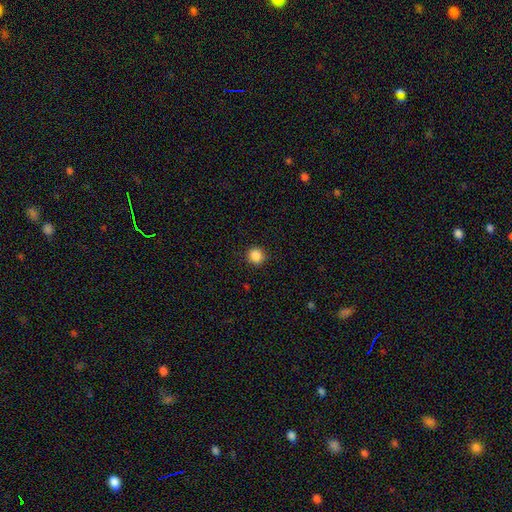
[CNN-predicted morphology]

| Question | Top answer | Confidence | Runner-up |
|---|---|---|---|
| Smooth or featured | smooth | 87% | star or artifact (10%) |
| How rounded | round | 92% | in between (7%) |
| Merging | none | 90% | minor disturbance (7%) |